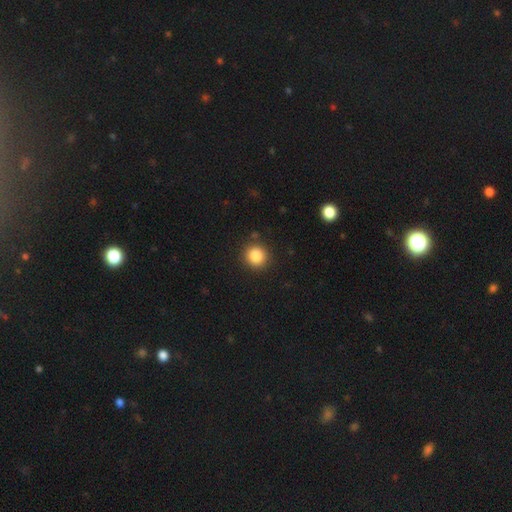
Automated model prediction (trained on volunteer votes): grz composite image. It shows a smooth galaxy with no disk features (85%) that is round (91%). Merging: none (89%).